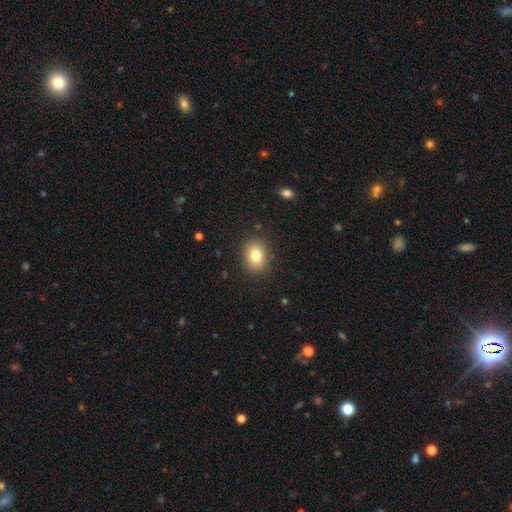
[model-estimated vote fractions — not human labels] Overall: smooth (81%). How rounded: in between (59%; round 40%). Merging: none (88%).